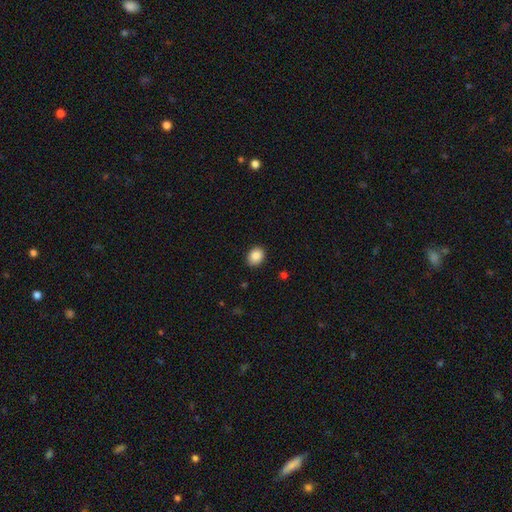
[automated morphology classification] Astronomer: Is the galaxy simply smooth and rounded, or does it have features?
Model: smooth — 87%.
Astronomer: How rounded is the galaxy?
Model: in between — 56% (runner-up: round, 43%).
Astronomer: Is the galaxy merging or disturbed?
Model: none — 88%.